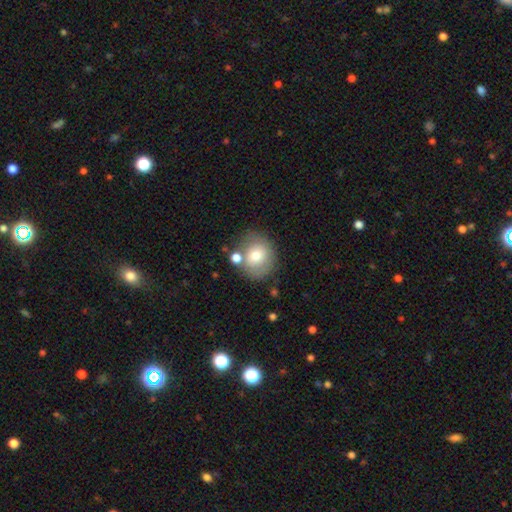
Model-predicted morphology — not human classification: Smooth or featured? smooth (71%)
How rounded? round (74%)
Merging? none (67%)